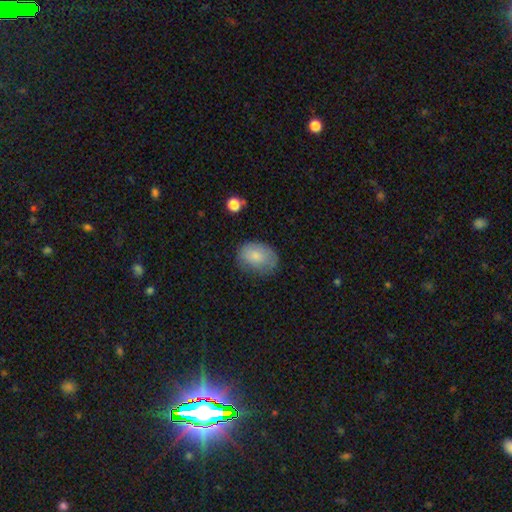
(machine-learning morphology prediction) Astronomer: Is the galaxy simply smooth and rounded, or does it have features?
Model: smooth — 78%.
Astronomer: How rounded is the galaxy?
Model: in between — 78%.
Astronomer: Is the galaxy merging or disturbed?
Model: none — 61%.